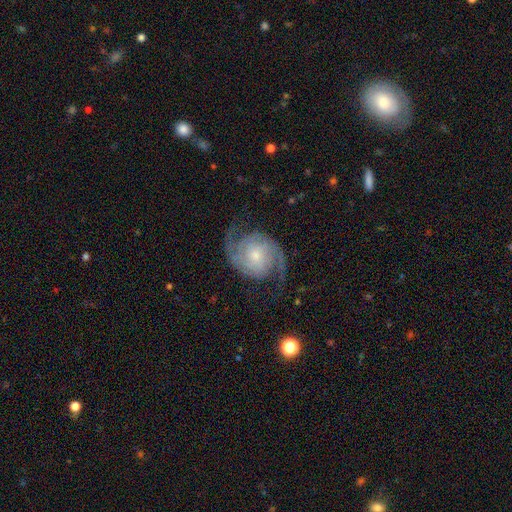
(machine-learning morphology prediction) Smooth or featured? Predicted: featured or disk (p=0.90). Edge-on disk? Predicted: no (p=0.98). Bar? Predicted: no (p=0.67). Spiral arms? Predicted: yes (p=0.98). Spiral winding? Predicted: medium (p=0.49). Spiral arm count? Predicted: 2 (p=0.91). Bulge size? Predicted: small (p=0.57). Merging? Predicted: none (p=0.76).